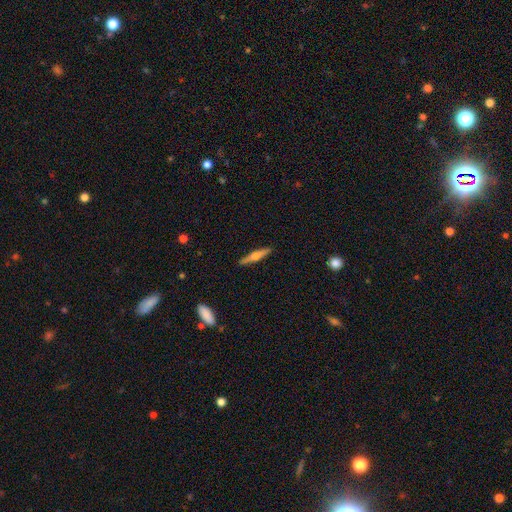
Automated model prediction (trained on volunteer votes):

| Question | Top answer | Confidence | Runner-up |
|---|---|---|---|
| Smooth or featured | featured or disk | 52% | smooth (42%) |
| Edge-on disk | yes | 96% | no (4%) |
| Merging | none | 91% | minor disturbance (7%) |